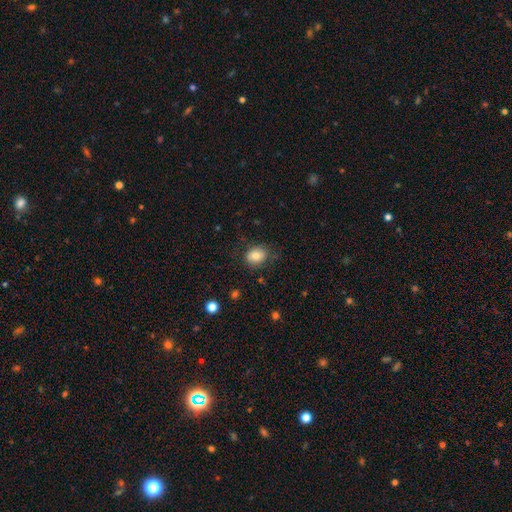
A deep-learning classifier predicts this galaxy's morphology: type=smooth (79%); roundness=in between (55%); merging=none (77%).